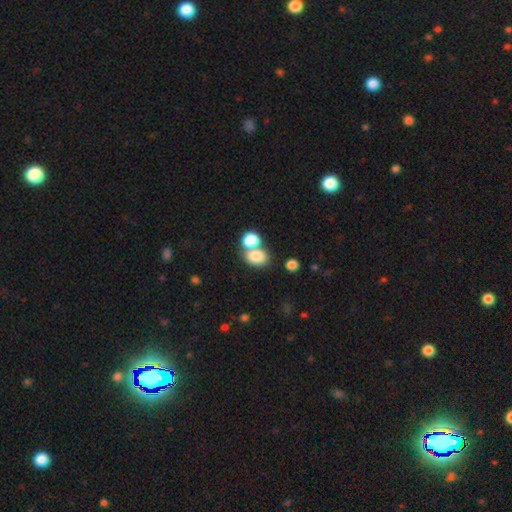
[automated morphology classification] Smooth or featured? Predicted: smooth (p=0.80). How rounded? Predicted: in between (p=0.63). Merging? Predicted: merger (p=0.53).